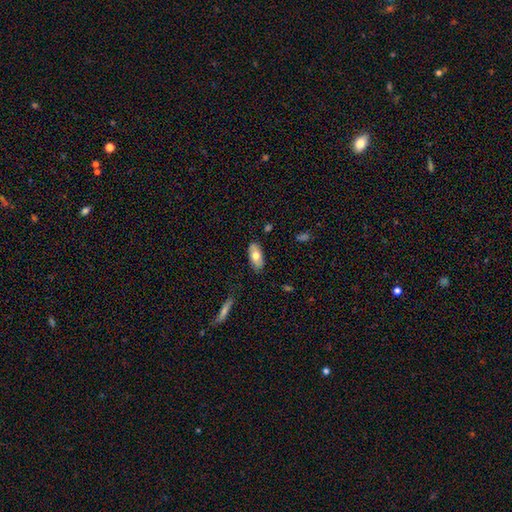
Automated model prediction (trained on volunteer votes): Smooth or featured?
  - smooth: 67% *
  - featured or disk: 27%
  - star or artifact: 6%
How rounded?
  - in between: 90% *
  - cigar-shaped: 7%
  - round: 3%
Merging?
  - none: 83% *
  - minor disturbance: 13%
  - major disturbance: 2%
  - merger: 1%